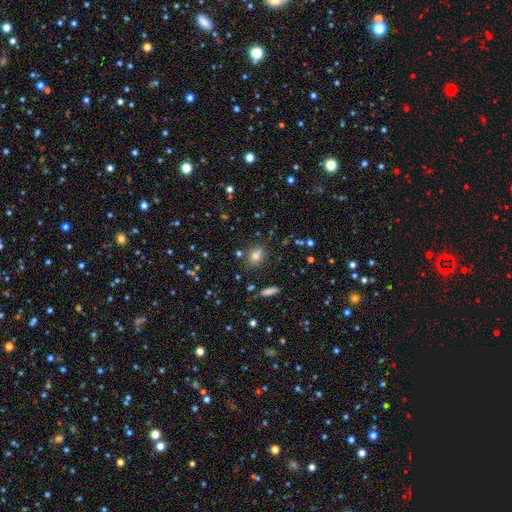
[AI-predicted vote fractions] smooth-or-featured: smooth: 73% | star or artifact: 17% | featured or disk: 10%
  how-rounded: round: 62% | in between: 35% | cigar-shaped: 2%
  merging: none: 79% | minor disturbance: 11% | merger: 6% | major disturbance: 3%